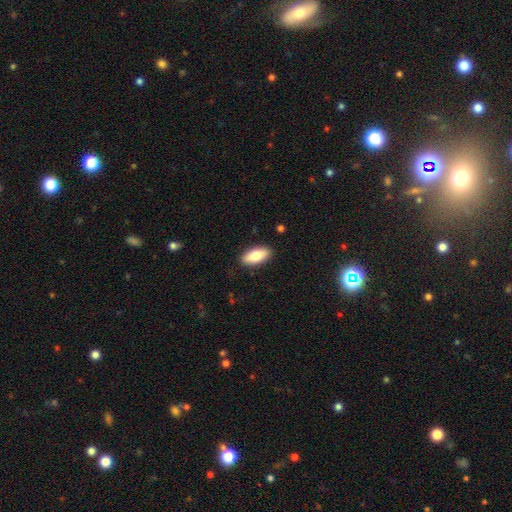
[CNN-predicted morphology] Overall: smooth (79%). How rounded: in between (85%). Merging: none (89%).